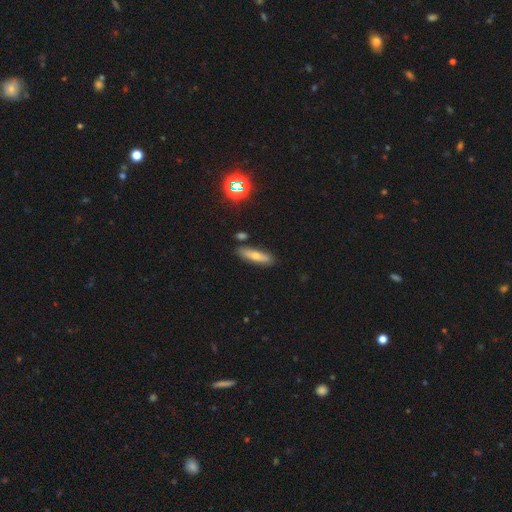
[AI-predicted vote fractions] Overall: smooth (58%; featured or disk 30%). How rounded: cigar-shaped (63%; in between 33%). Merging: none (85%).